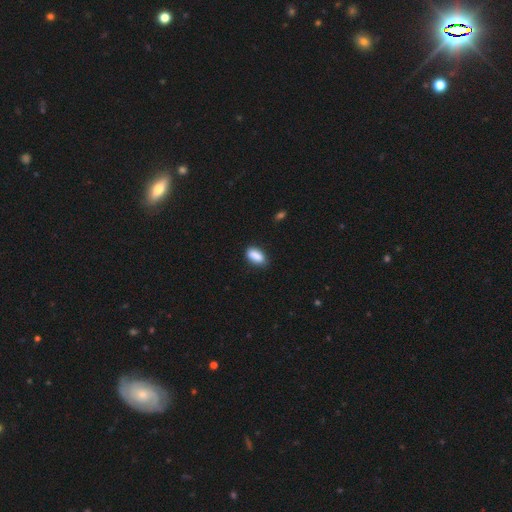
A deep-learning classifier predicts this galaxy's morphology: Overall: smooth (88%). How rounded: in between (90%). Merging: none (78%).